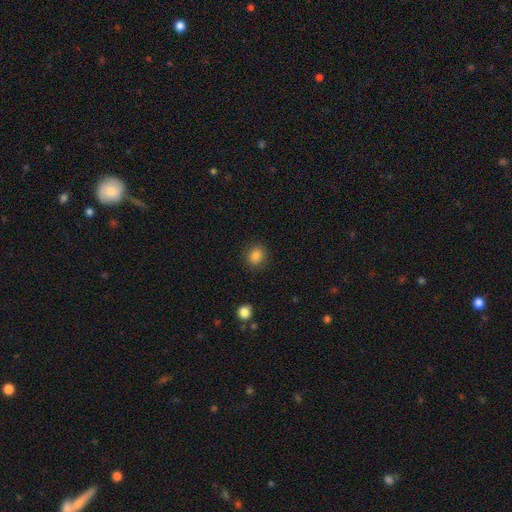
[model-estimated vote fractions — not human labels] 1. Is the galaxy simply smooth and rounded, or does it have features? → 86% smooth, 10% star or artifact, 4% featured or disk.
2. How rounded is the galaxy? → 71% round, 28% in between, 1% cigar-shaped.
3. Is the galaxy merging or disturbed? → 87% none, 9% minor disturbance, 3% major disturbance, 1% merger.